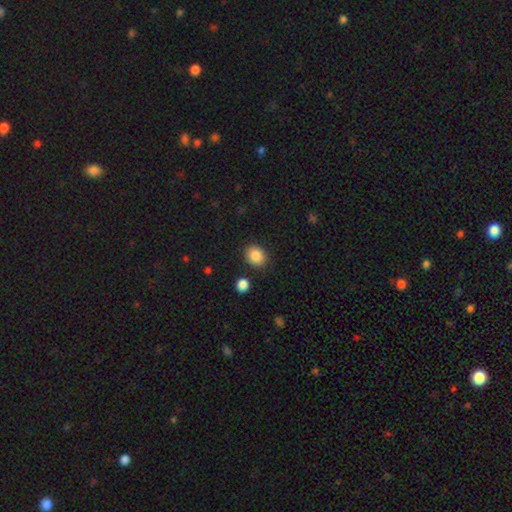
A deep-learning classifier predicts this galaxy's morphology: Q: Smooth or featured?
A: smooth (87%); runner-up: star or artifact (9%)
Q: How rounded?
A: round (55%); runner-up: in between (44%)
Q: Merging?
A: none (85%); runner-up: minor disturbance (9%)